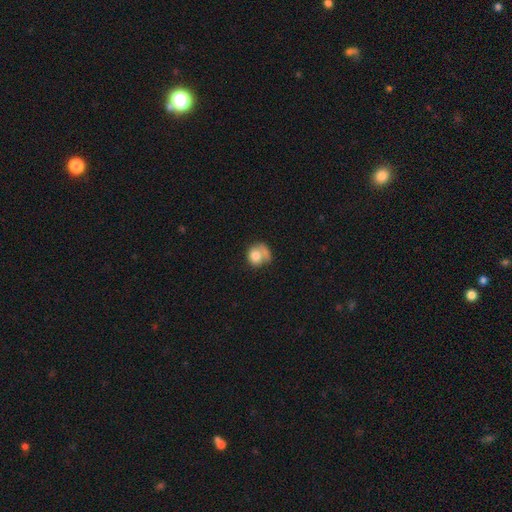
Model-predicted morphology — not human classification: This is likely a smooth galaxy (75%). How rounded: likely round (74%). Merging: marginally none (37%).